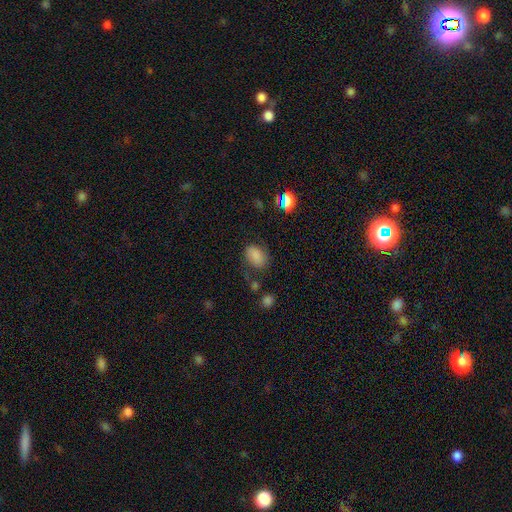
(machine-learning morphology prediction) Smooth or featured: smooth — 80% (star or artifact — 11%)
How rounded: in between — 80% (round — 19%)
Merging: none — 66% (minor disturbance — 21%)